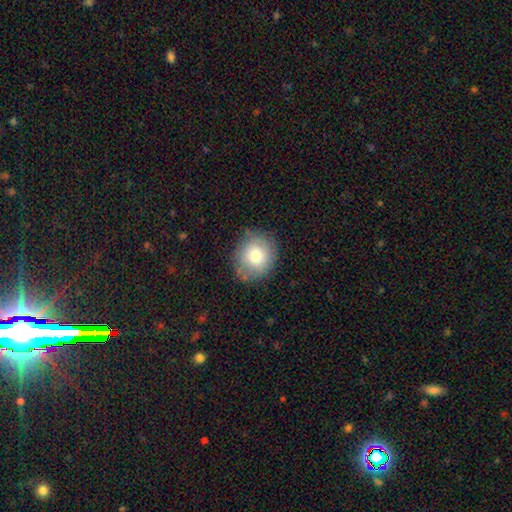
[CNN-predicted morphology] Q: Smooth or featured?
A: smooth (72%); runner-up: featured or disk (18%)
Q: How rounded?
A: round (82%); runner-up: in between (17%)
Q: Merging?
A: none (80%); runner-up: minor disturbance (15%)